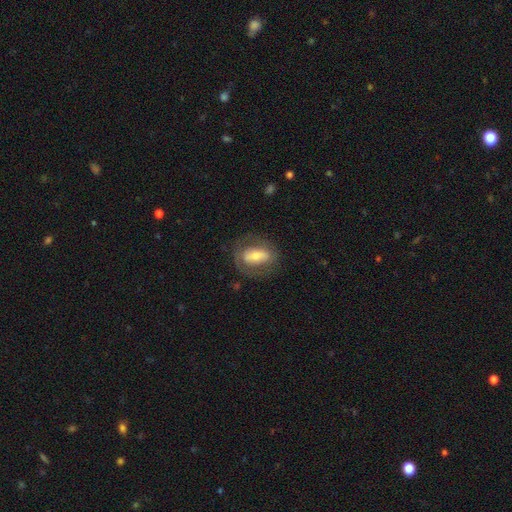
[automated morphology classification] Overall: featured or disk (47%; smooth 46%). Merging: none (71%).